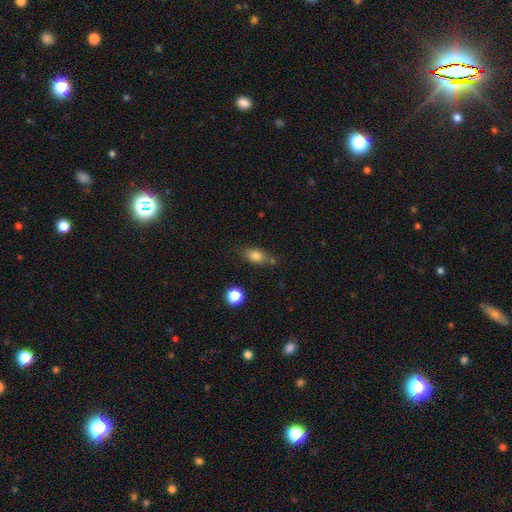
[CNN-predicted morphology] This is likely a smooth galaxy (80%). How rounded: likely in between (77%). Merging: likely none (68%).